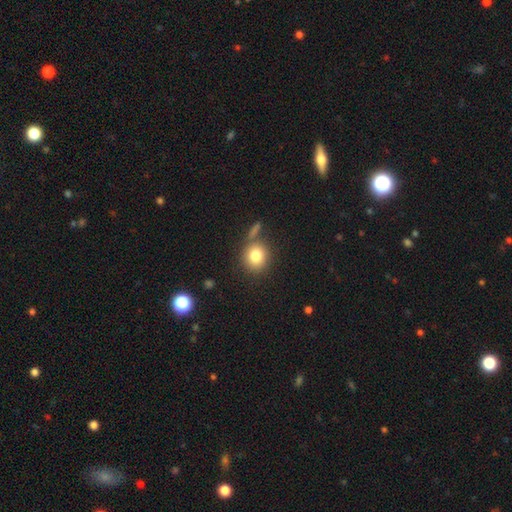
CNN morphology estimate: Smooth or featured? Predicted: smooth (p=0.81). How rounded? Predicted: round (p=0.80). Merging? Predicted: none (p=0.71).